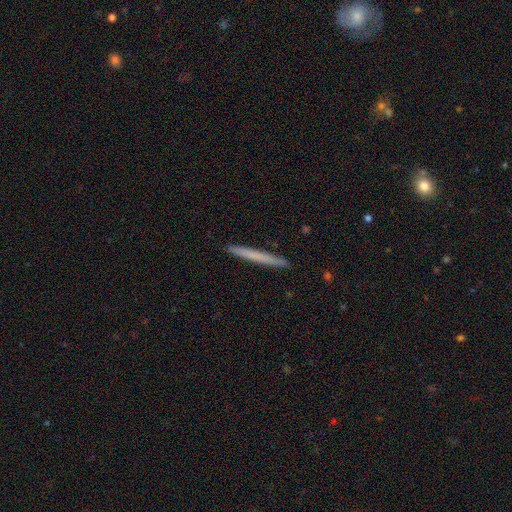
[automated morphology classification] A smooth galaxy with no disk features (64%) that is cigar-shaped (97%).

Vote fractions:
- Smooth or featured? smooth: 64% / featured or disk: 30% / star or artifact: 6%
- How rounded? cigar-shaped: 97% / in between: 1% / round: 1%
- Merging? none: 93% / minor disturbance: 5% / major disturbance: 1% / merger: 1%